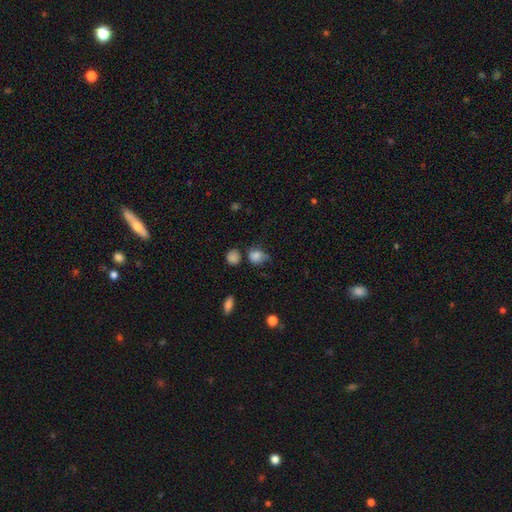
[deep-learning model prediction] A smooth galaxy with no disk features (79%) that is round (60%). Merging: none (45%).